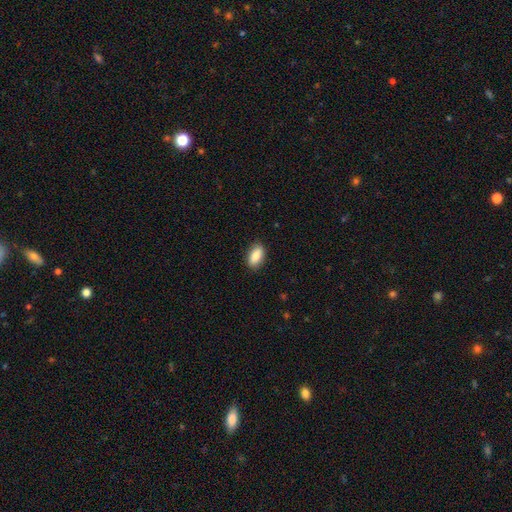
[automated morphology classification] smooth_or_featured: smooth (p=0.86) [alt: featured or disk p=0.07]
how_rounded: in between (p=0.91) [alt: cigar-shaped p=0.05]
merging: none (p=0.86) [alt: minor disturbance p=0.10]